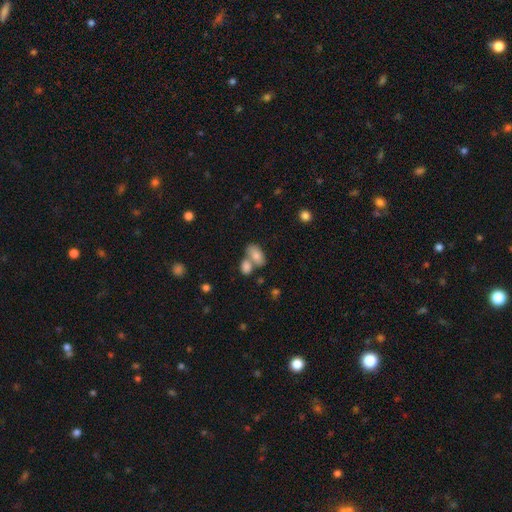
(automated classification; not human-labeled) A smooth galaxy with no disk features (79%) that is in between round and cigar-shaped (88%). Merging: merger (49%).